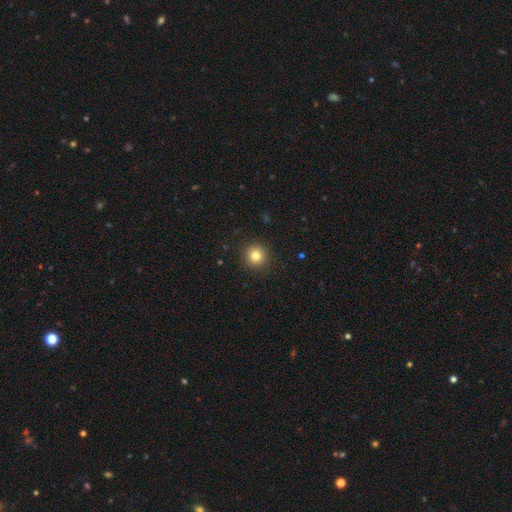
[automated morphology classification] type=smooth (82%); roundness=round (94%); merging=none (92%).